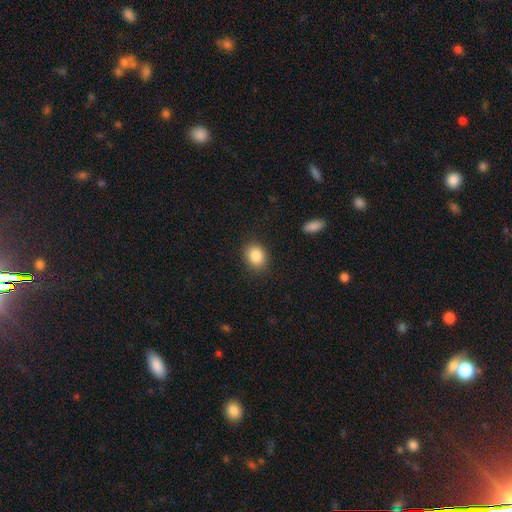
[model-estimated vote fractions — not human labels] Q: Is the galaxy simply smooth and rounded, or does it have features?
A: smooth — 86%.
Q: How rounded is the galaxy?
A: round — 54%.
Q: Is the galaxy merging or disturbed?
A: none — 87%.